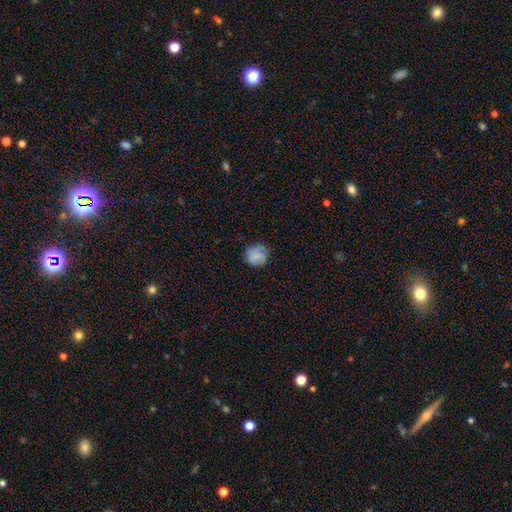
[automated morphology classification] Smooth or featured: smooth — 83% (star or artifact — 9%)
How rounded: round — 86% (in between — 13%)
Merging: none — 80% (minor disturbance — 15%)